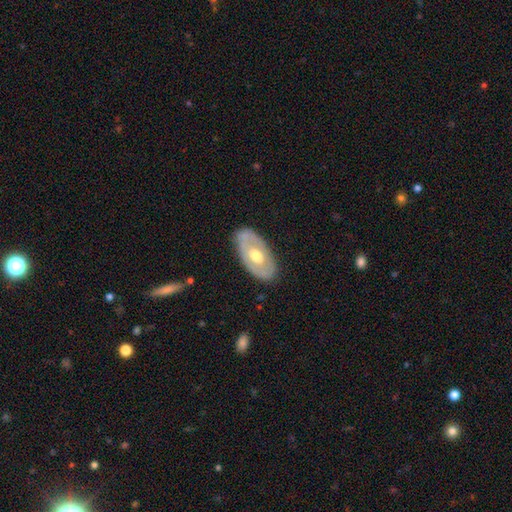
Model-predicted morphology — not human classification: featured or disk 60%, smooth 35%, star or artifact 5%. Down the decision tree: edge-on disk — no (87%); bar — no (74%); spiral arms — no (76%); bulge size — moderate (74%); merging — none (81%).